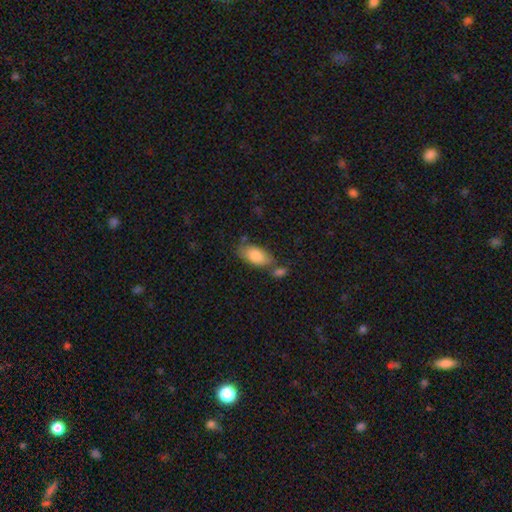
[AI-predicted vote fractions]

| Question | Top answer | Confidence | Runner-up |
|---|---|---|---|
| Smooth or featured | smooth | 82% | featured or disk (12%) |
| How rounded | in between | 91% | cigar-shaped (6%) |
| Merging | none | 58% | merger (19%) |